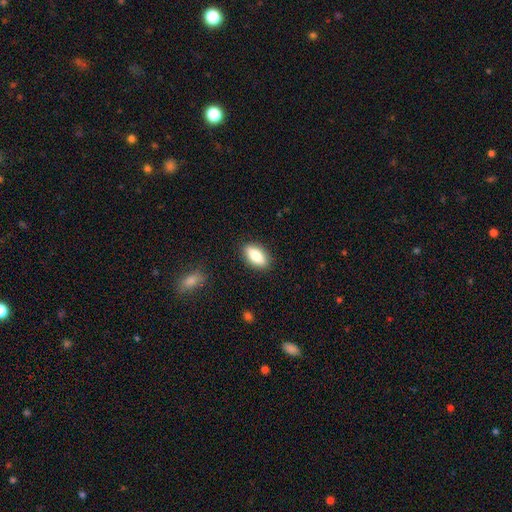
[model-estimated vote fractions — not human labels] smooth-or-featured: smooth: 79% | featured or disk: 14% | star or artifact: 7%
  how-rounded: in between: 82% | cigar-shaped: 14% | round: 4%
  merging: none: 88% | minor disturbance: 9% | major disturbance: 2% | merger: 1%